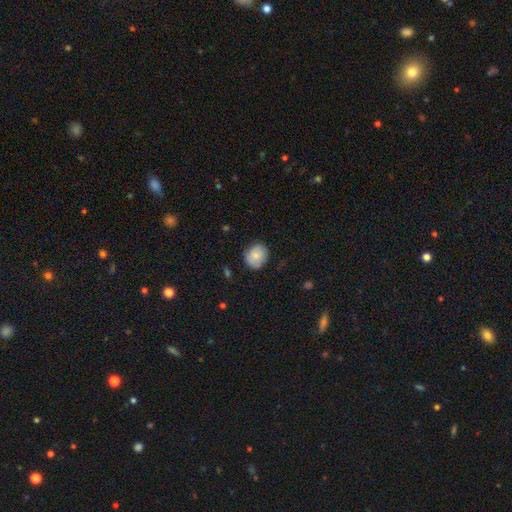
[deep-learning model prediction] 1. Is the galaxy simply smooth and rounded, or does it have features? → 81% smooth, 11% featured or disk, 7% star or artifact.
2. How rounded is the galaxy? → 70% round, 29% in between, 1% cigar-shaped.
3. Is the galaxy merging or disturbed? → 79% none, 17% minor disturbance, 3% major disturbance, 1% merger.